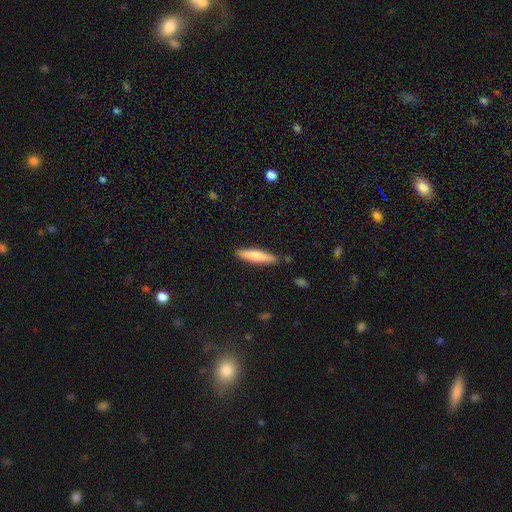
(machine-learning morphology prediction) Overall: smooth (71%). How rounded: cigar-shaped (84%). Merging: none (86%).